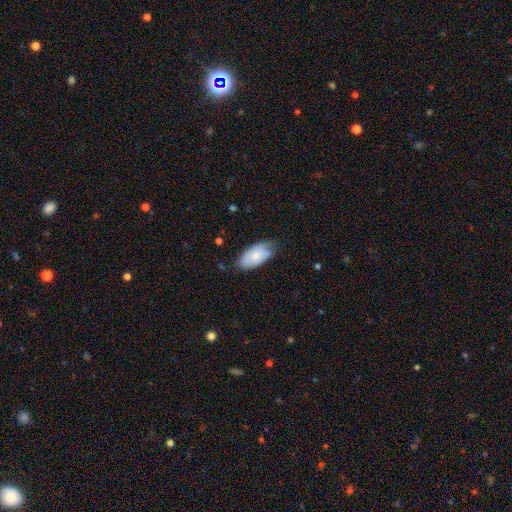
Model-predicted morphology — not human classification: Smooth or featured? smooth (72%)
How rounded? in between (94%)
Merging? none (60%)